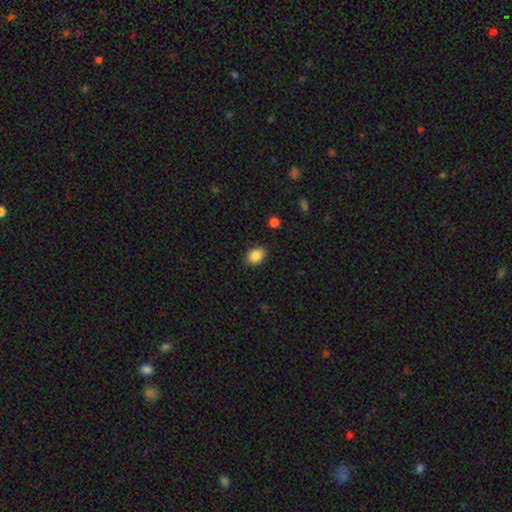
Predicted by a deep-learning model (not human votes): Q: Smooth or featured?
A: smooth (87%); runner-up: star or artifact (8%)
Q: How rounded?
A: in between (71%); runner-up: round (28%)
Q: Merging?
A: none (87%); runner-up: minor disturbance (9%)